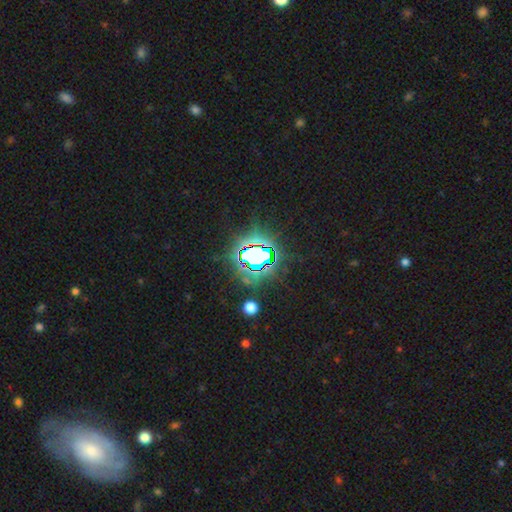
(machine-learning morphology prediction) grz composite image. It shows a star or artifact, not a galaxy (77%).